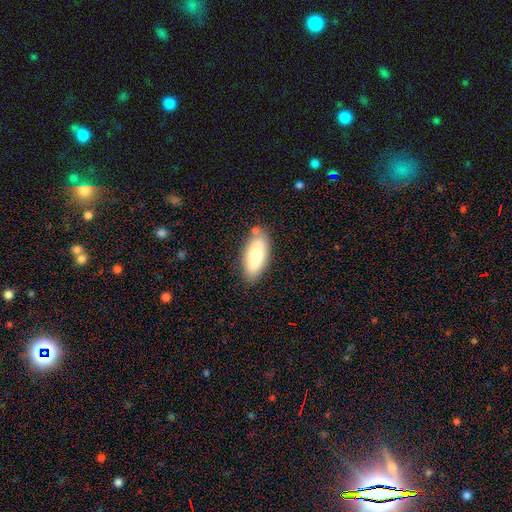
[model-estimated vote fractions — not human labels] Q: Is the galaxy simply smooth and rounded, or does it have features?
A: smooth — 75%.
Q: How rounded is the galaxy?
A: in between — 88%.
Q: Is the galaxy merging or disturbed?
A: none — 76%.